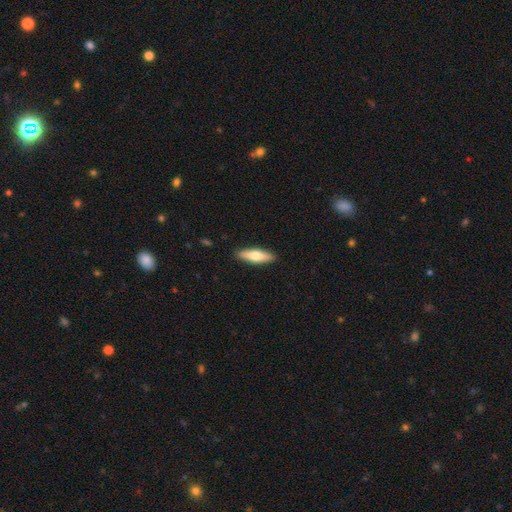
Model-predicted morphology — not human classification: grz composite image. It shows a smooth galaxy with no disk features (62%) that is cigar-shaped (60%). Merging: none (90%).